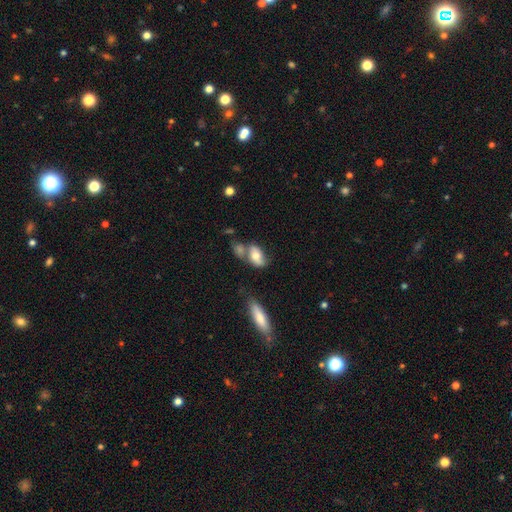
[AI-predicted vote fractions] Overall: smooth (61%; featured or disk 32%). How rounded: in between (84%). Merging: none (39%; merger 34%).